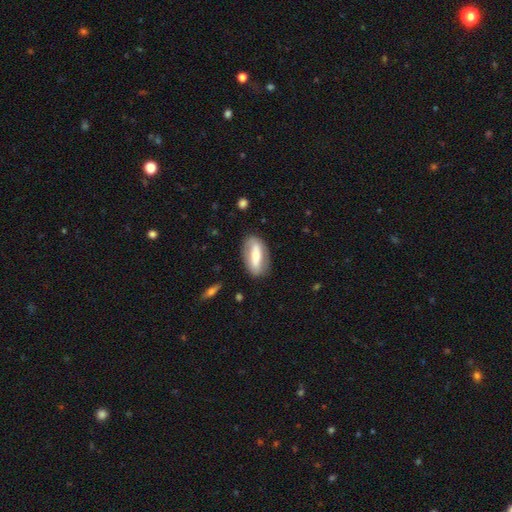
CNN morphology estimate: smooth_or_featured: smooth (p=0.48) [alt: featured or disk p=0.46]
merging: none (p=0.81) [alt: minor disturbance p=0.13]